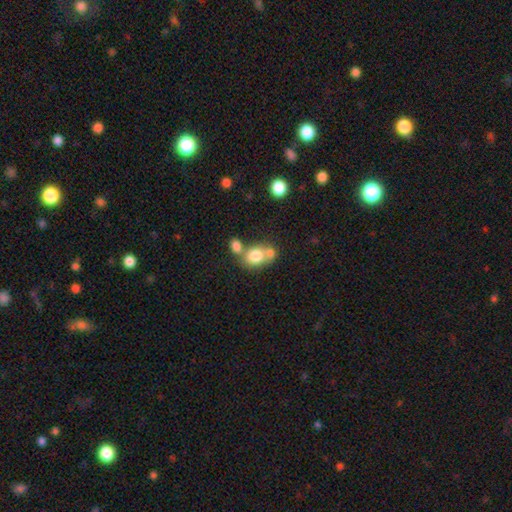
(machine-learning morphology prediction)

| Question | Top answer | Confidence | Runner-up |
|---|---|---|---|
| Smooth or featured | smooth | 76% | featured or disk (15%) |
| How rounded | in between | 53% | round (46%) |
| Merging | merger | 51% | none (33%) |